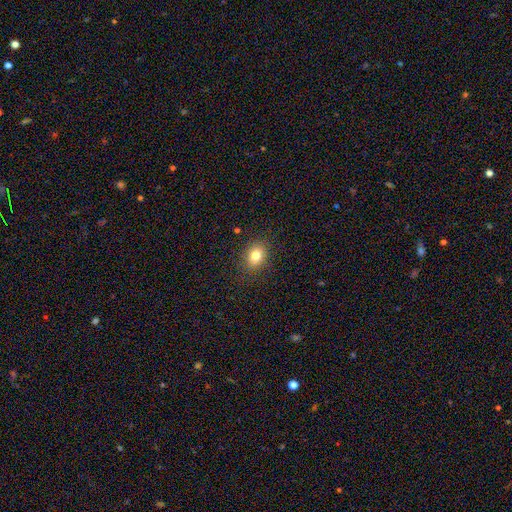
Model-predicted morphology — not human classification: Smooth or featured?
  - smooth: 80% *
  - star or artifact: 11%
  - featured or disk: 9%
How rounded?
  - in between: 61% *
  - round: 38%
  - cigar-shaped: 1%
Merging?
  - none: 88% *
  - minor disturbance: 9%
  - major disturbance: 3%
  - merger: 1%